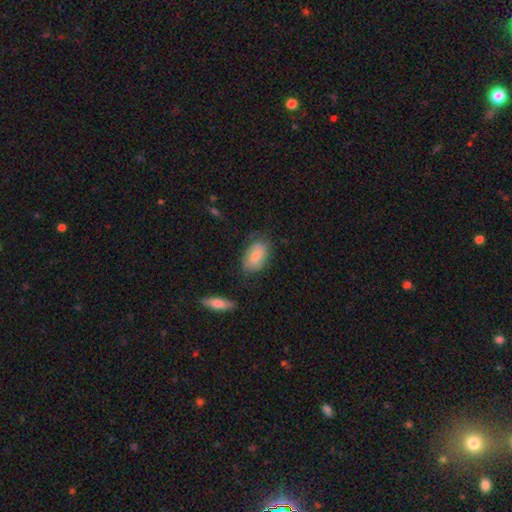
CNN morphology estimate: type=smooth (72%); roundness=in between (90%); merging=none (69%).